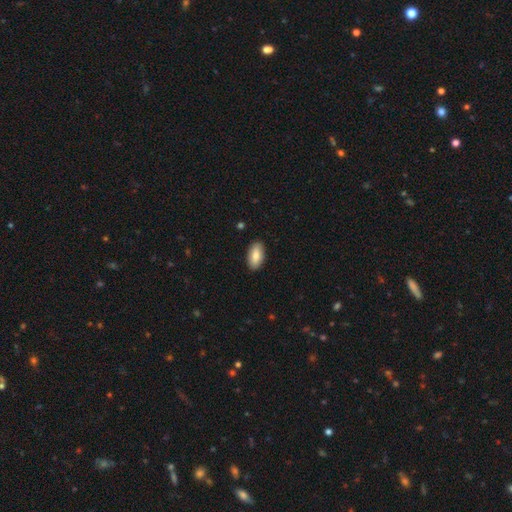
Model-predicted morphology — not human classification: smooth 81%, featured or disk 13%, star or artifact 6%. Down the decision tree: how rounded — in between (93%); merging — none (89%).